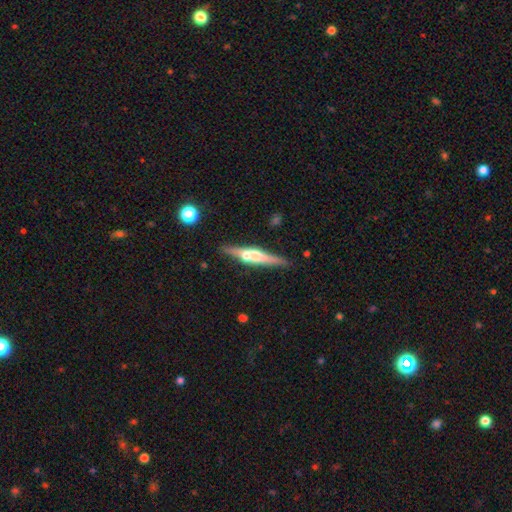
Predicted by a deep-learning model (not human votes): Smooth or featured? Predicted: featured or disk (p=0.63). Edge-on disk? Predicted: yes (p=0.95). Edge-on bulge? Predicted: rounded (p=0.83). Merging? Predicted: none (p=0.73).